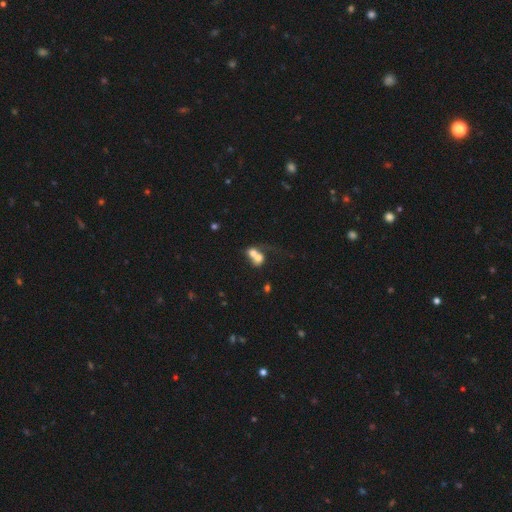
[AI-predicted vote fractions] smooth-or-featured: smooth: 62% | featured or disk: 27% | star or artifact: 11%
  how-rounded: round: 55% | in between: 43% | cigar-shaped: 2%
  merging: merger: 76% | none: 12% | major disturbance: 7% | minor disturbance: 5%